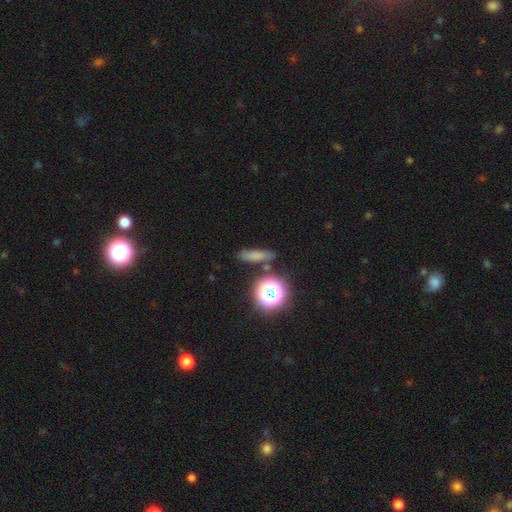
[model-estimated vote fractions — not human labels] Smooth or featured? smooth (67%)
How rounded? cigar-shaped (56%)
Merging? none (78%)